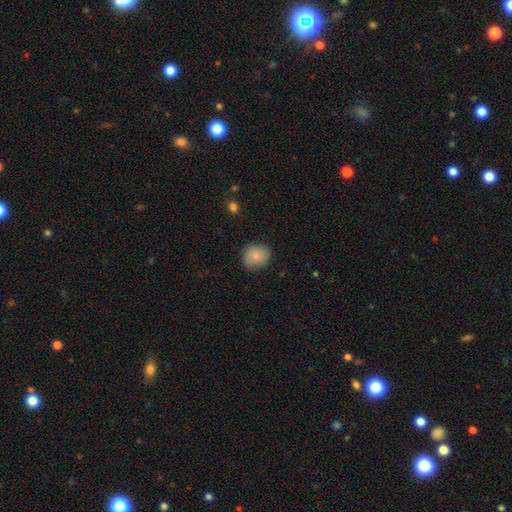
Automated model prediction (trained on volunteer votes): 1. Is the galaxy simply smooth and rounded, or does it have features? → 83% smooth, 9% featured or disk, 8% star or artifact.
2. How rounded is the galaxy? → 76% round, 23% in between, 1% cigar-shaped.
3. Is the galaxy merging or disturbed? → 81% none, 14% minor disturbance, 3% major disturbance, 1% merger.